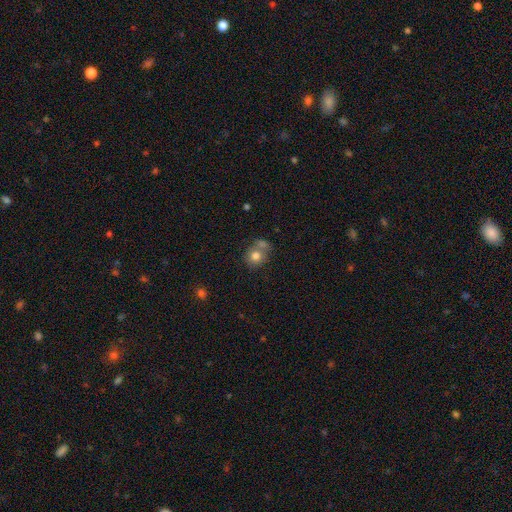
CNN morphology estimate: Smooth or featured: smooth — 76% (featured or disk — 13%)
How rounded: round — 73% (in between — 26%)
Merging: none — 45% (merger — 37%)